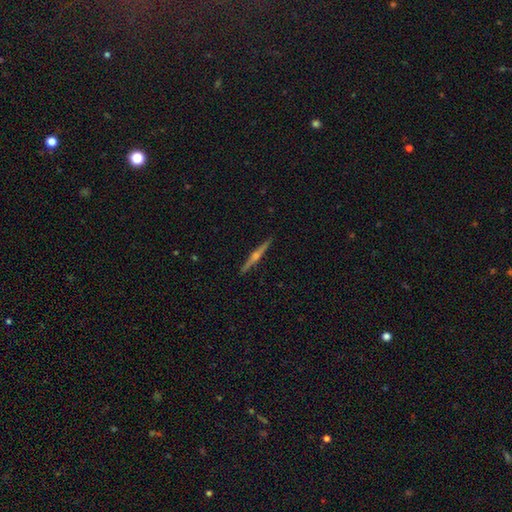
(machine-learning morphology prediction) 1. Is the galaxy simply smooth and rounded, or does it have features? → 79% featured or disk, 15% smooth, 6% star or artifact.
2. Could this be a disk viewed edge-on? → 99% yes, 1% no.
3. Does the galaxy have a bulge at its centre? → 89% rounded, 6% none, 5% boxy.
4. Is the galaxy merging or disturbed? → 93% none, 5% minor disturbance, 1% major disturbance, 1% merger.